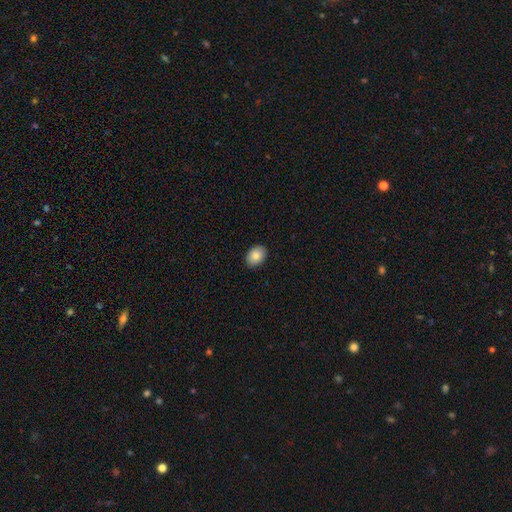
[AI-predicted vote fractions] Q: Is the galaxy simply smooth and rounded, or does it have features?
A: smooth — 85%.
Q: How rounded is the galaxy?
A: in between — 77%.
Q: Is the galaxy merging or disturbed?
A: none — 88%.